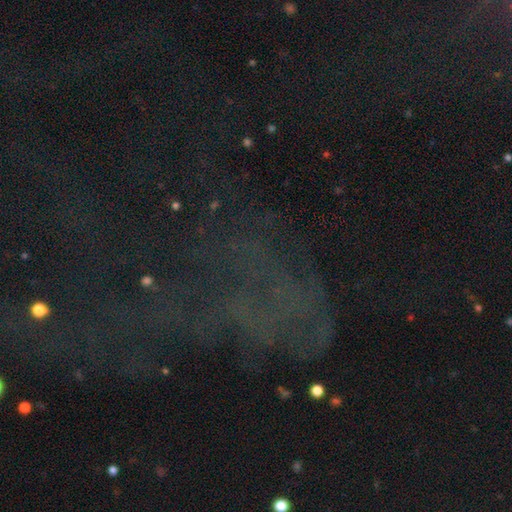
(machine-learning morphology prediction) Q: Smooth or featured?
A: star or artifact (58%); runner-up: featured or disk (25%)